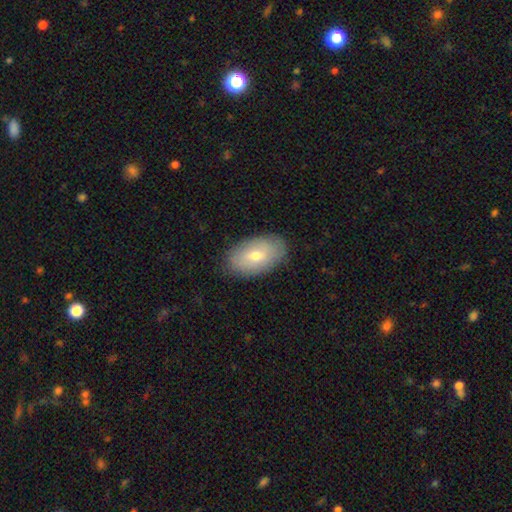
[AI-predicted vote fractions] Morphology: type=smooth (67%); roundness=in between (93%); merging=none (85%).